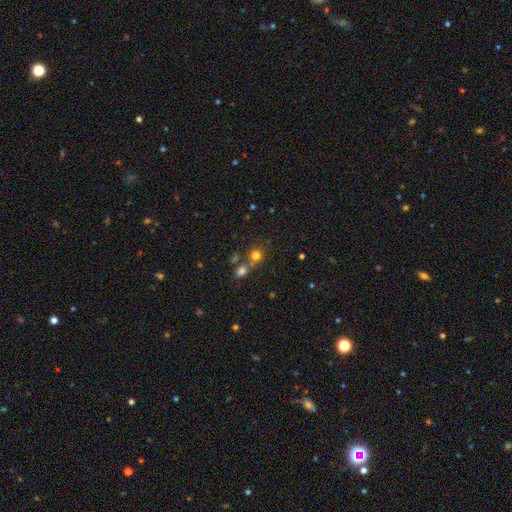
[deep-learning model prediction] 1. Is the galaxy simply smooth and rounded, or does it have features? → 76% smooth, 17% star or artifact, 7% featured or disk.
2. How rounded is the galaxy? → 84% round, 15% in between, 1% cigar-shaped.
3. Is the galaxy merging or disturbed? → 60% none, 28% merger, 8% minor disturbance, 4% major disturbance.